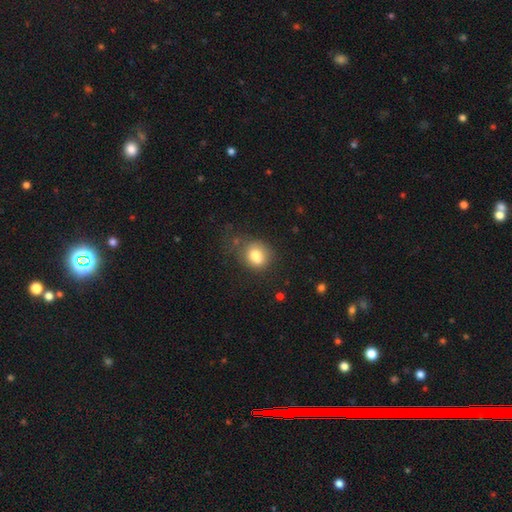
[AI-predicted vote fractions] smooth-or-featured: smooth: 79% | featured or disk: 11% | star or artifact: 10%
  how-rounded: round: 62% | in between: 37% | cigar-shaped: 1%
  merging: none: 57% | minor disturbance: 24% | major disturbance: 12% | merger: 7%